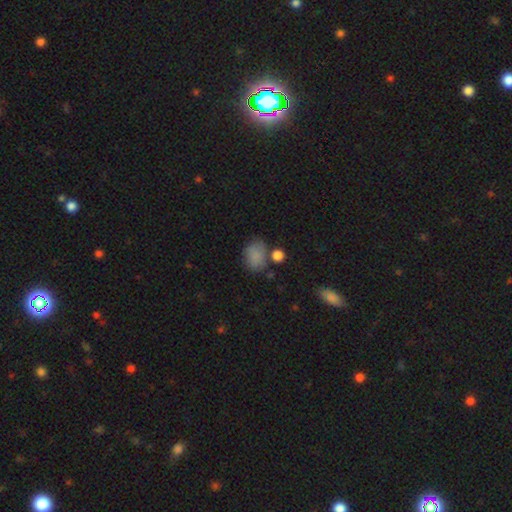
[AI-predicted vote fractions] Smooth or featured? smooth (79%)
How rounded? in between (58%)
Merging? none (55%)